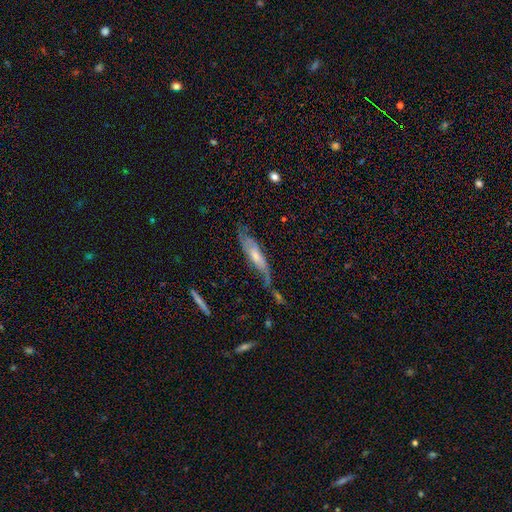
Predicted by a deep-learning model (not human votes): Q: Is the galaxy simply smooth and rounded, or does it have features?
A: featured or disk — 59%.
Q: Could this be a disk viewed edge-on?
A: no — 67%.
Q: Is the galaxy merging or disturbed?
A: none — 40%.